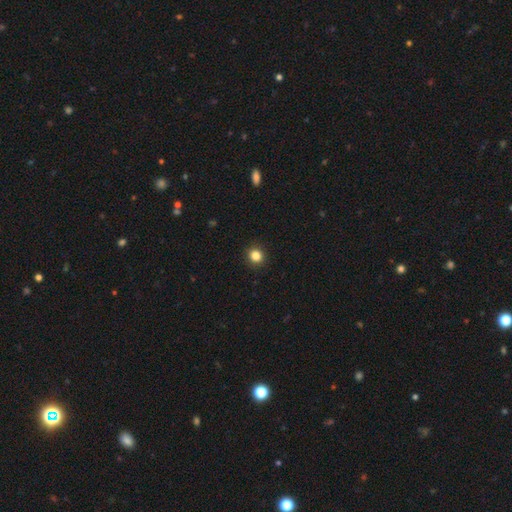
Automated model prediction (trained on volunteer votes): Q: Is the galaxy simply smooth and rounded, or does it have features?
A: smooth — 85%.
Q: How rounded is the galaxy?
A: round — 86%.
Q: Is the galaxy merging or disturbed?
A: none — 92%.